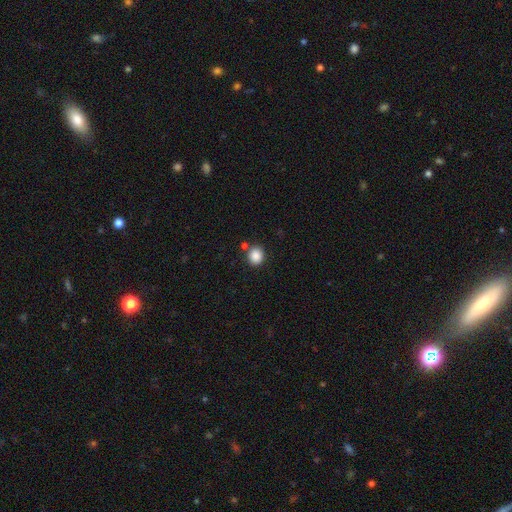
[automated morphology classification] smooth-or-featured: smooth: 87% | star or artifact: 9% | featured or disk: 4%
  how-rounded: round: 75% | in between: 24% | cigar-shaped: 1%
  merging: none: 80% | minor disturbance: 9% | merger: 8% | major disturbance: 3%